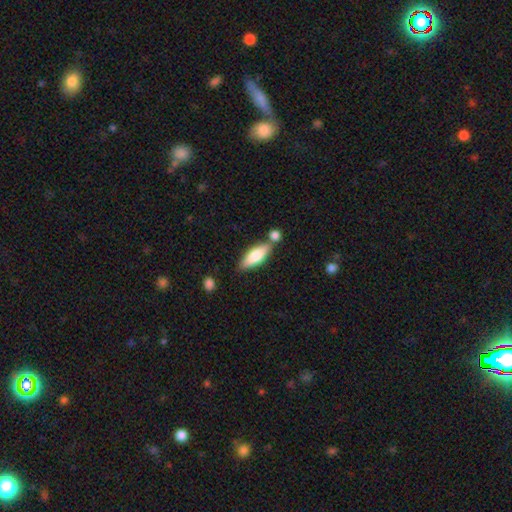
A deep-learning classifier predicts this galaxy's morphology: Smooth or featured: smooth — 71% (featured or disk — 23%)
How rounded: in between — 60% (cigar-shaped — 38%)
Merging: none — 64% (merger — 20%)